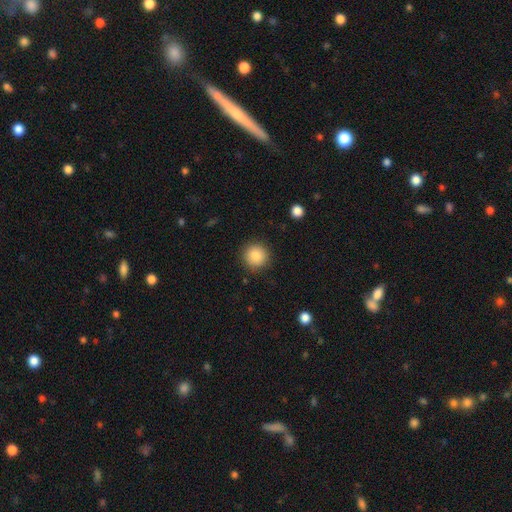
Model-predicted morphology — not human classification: smooth 87%, star or artifact 9%, featured or disk 5%. Down the decision tree: how rounded — round (95%); merging — none (90%).